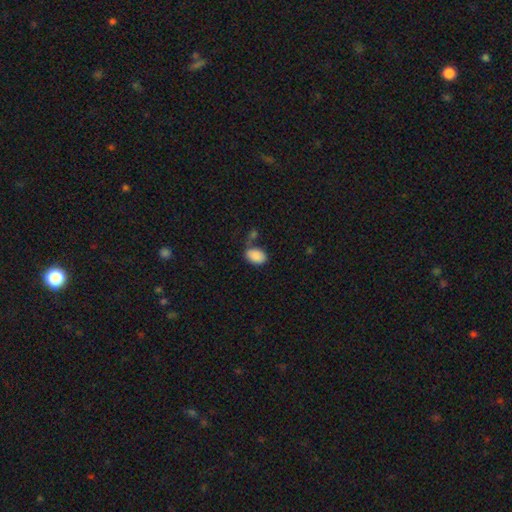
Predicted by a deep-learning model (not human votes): A smooth galaxy with no disk features (88%) that is in between round and cigar-shaped (89%). Merging: none (59%).